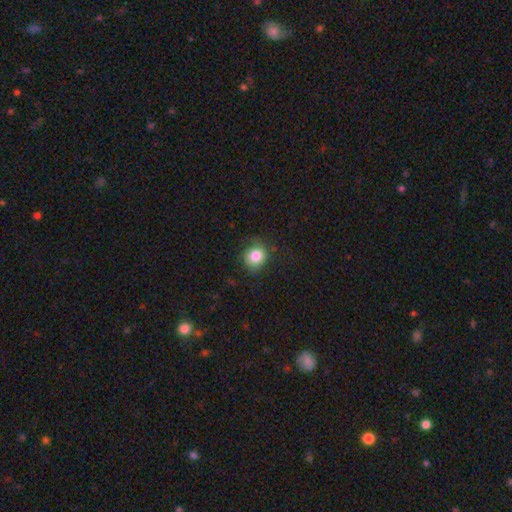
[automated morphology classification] type=smooth (83%); roundness=round (75%); merging=none (74%).